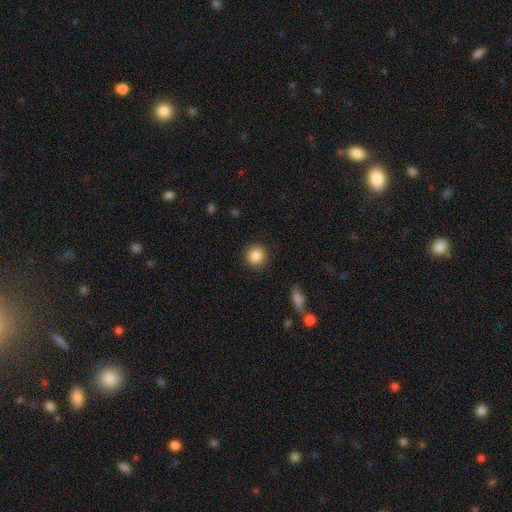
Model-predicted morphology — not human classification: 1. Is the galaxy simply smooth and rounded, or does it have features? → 86% smooth, 9% star or artifact, 5% featured or disk.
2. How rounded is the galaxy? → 92% round, 7% in between, 1% cigar-shaped.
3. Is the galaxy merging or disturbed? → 90% none, 7% minor disturbance, 2% major disturbance, 1% merger.